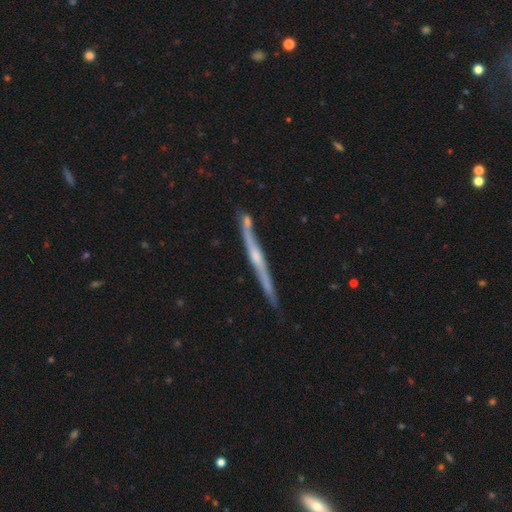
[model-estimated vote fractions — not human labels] This appears to be a featured or disk galaxy (77%) viewed edge-on (96%) with a rounded central bulge (59%). Merging: none (73%).